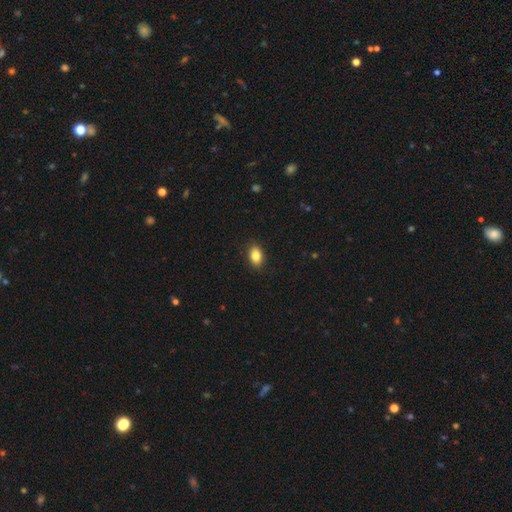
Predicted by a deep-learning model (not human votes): Smooth or featured? Predicted: smooth (p=0.85). How rounded? Predicted: in between (p=0.84). Merging? Predicted: none (p=0.89).